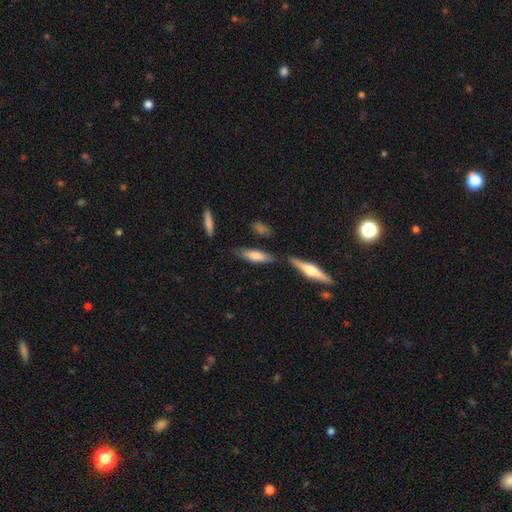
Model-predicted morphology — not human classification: This appears to be a smooth galaxy with no disk features (67%) that is cigar-shaped (63%). Merging: none (69%).